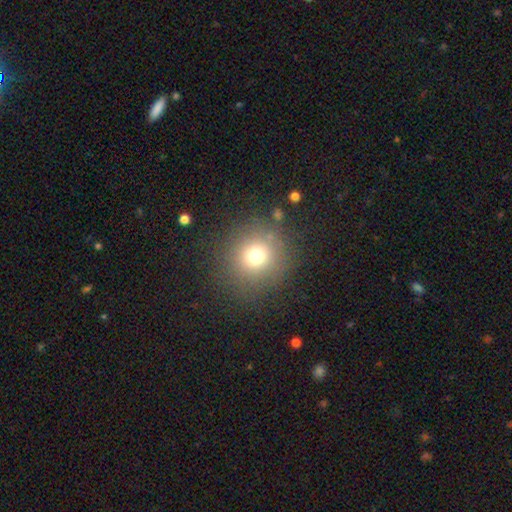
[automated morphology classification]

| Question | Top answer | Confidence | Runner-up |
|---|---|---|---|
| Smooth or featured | smooth | 73% | star or artifact (18%) |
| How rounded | round | 93% | in between (7%) |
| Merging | none | 84% | minor disturbance (8%) |